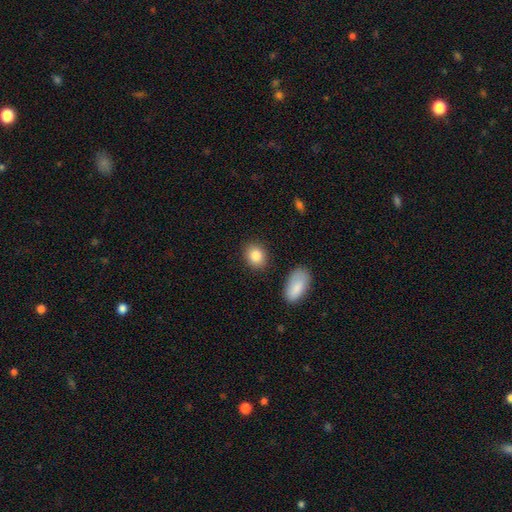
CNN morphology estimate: The model was most divided on "how rounded": round: 57%, in between: 41%, cigar-shaped: 1%. More confident: merging — none (86%); smooth or featured — smooth (86%).